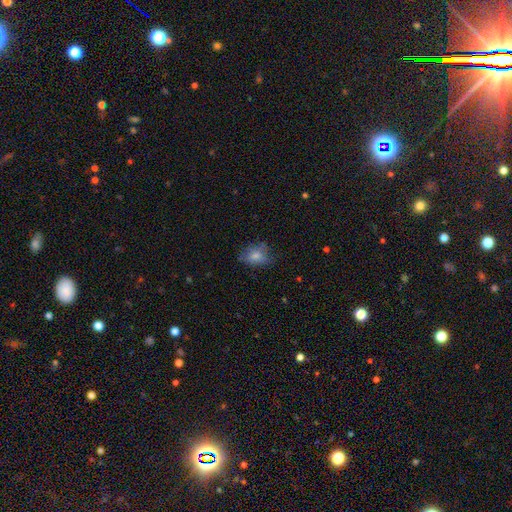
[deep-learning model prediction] Smooth or featured? Predicted: smooth (p=0.62). How rounded? Predicted: in between (p=0.63). Merging? Predicted: none (p=0.63).